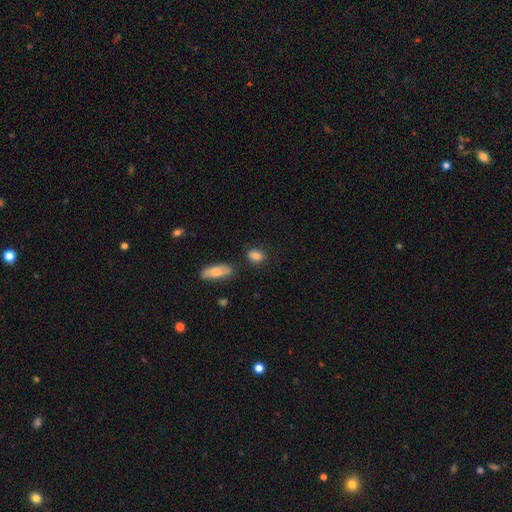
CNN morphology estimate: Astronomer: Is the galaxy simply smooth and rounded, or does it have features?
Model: smooth — 85%.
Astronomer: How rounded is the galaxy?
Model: in between — 77%.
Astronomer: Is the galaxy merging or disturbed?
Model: none — 74%.